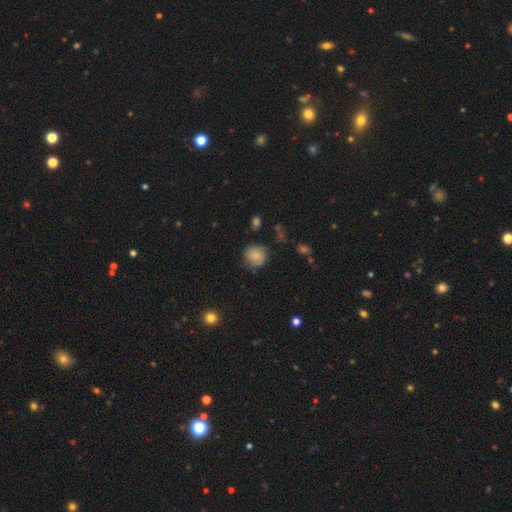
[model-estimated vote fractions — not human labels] smooth-or-featured: smooth: 69% | featured or disk: 22% | star or artifact: 9%
  how-rounded: round: 85% | in between: 14% | cigar-shaped: 1%
  merging: none: 68% | minor disturbance: 23% | major disturbance: 7% | merger: 2%